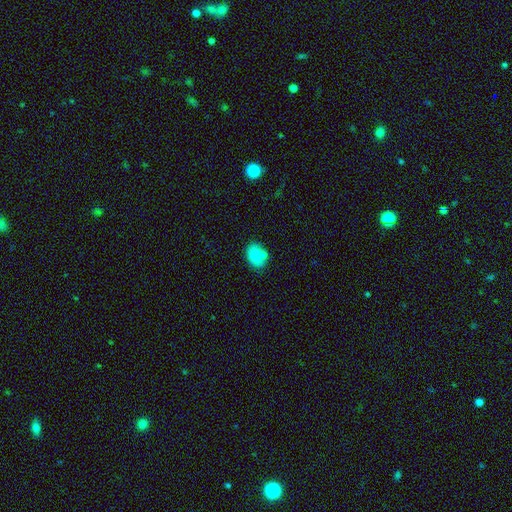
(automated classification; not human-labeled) Smooth or featured: smooth — 80% (featured or disk — 12%)
How rounded: in between — 77% (round — 22%)
Merging: none — 62% (merger — 19%)